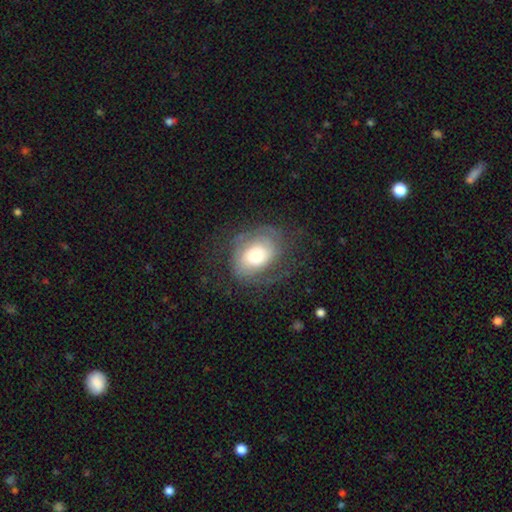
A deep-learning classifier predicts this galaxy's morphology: Q: Smooth or featured?
A: featured or disk (62%); runner-up: smooth (31%)
Q: Edge-on disk?
A: no (97%); runner-up: yes (3%)
Q: Bar?
A: no (75%); runner-up: weak (20%)
Q: Spiral arms?
A: yes (82%); runner-up: no (18%)
Q: Bulge size?
A: moderate (47%); runner-up: large (34%)
Q: Merging?
A: none (61%); runner-up: minor disturbance (21%)